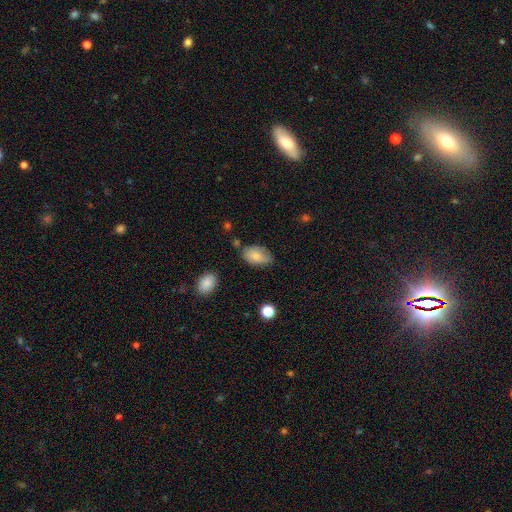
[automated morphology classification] This is clearly a smooth galaxy (81%). How rounded: clearly in between (92%). Merging: likely none (64%).